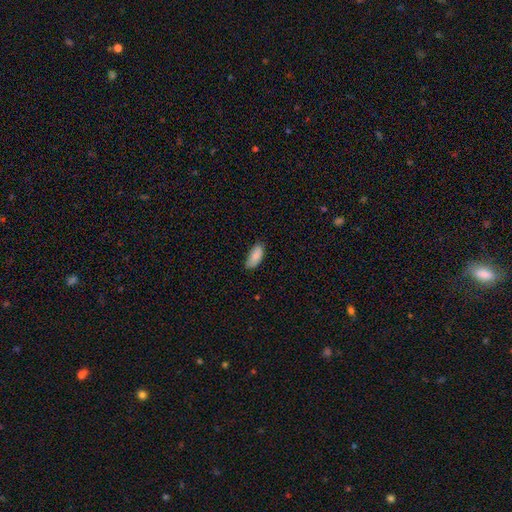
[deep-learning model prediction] This is clearly a smooth galaxy (88%). How rounded: clearly in between (86%). Merging: likely none (77%).